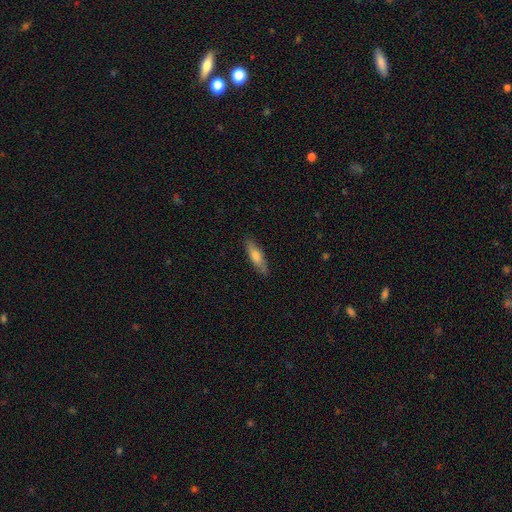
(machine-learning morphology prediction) smooth 70%, featured or disk 24%, star or artifact 6%. Down the decision tree: how rounded — cigar-shaped (62%); merging — none (86%).